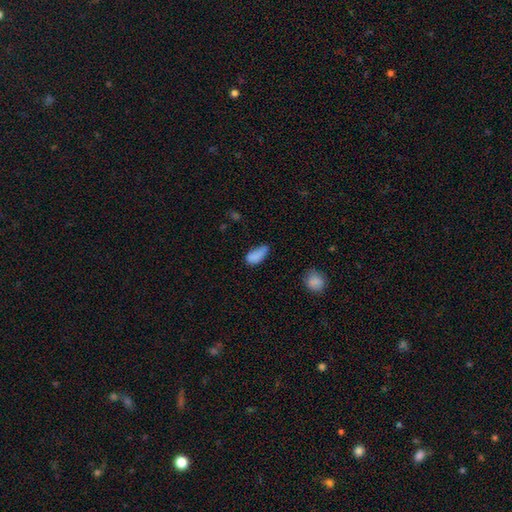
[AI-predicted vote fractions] Smooth or featured? Predicted: smooth (p=0.83). How rounded? Predicted: in between (p=0.85). Merging? Predicted: none (p=0.43).